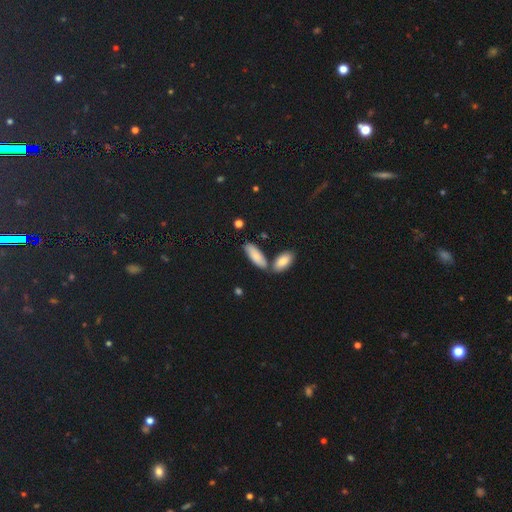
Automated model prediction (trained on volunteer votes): Smooth or featured? Predicted: smooth (p=0.84). How rounded? Predicted: in between (p=0.69). Merging? Predicted: none (p=0.67).